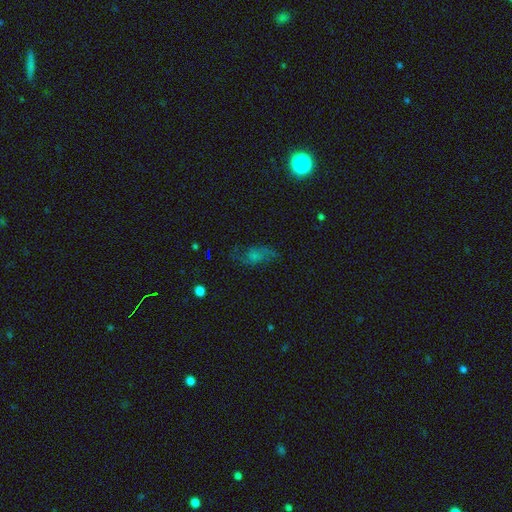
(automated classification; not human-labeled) smooth_or_featured: featured or disk (p=0.46) [alt: smooth p=0.36]
merging: none (p=0.53) [alt: minor disturbance p=0.22]